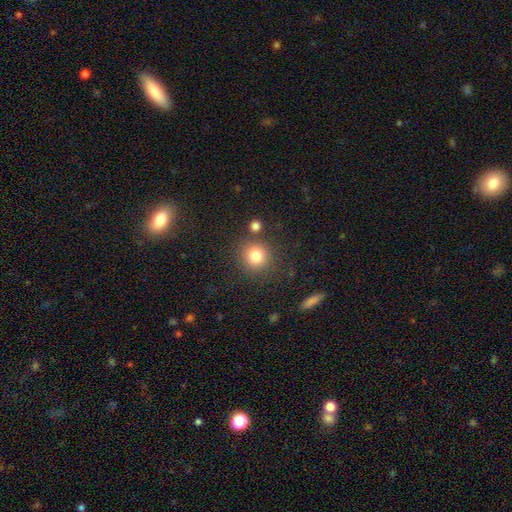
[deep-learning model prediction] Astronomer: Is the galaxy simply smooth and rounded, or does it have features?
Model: smooth — 81%.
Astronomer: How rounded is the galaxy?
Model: round — 92%.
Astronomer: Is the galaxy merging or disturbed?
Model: none — 82%.